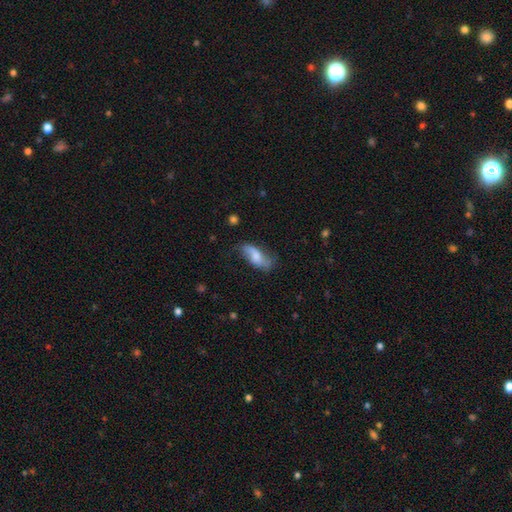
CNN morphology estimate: This appears to be a smooth galaxy with no disk features (52%) that is in between round and cigar-shaped (80%). Merging: none (55%).